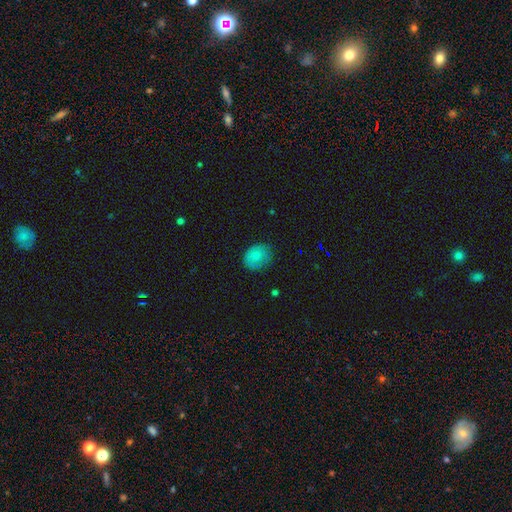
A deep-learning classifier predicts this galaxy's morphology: A smooth galaxy with no disk features (77%) that is round (55%).

Vote fractions:
- Smooth or featured? smooth: 77% / featured or disk: 13% / star or artifact: 9%
- How rounded? round: 55% / in between: 45% / cigar-shaped: 1%
- Merging? none: 67% / minor disturbance: 25% / major disturbance: 6% / merger: 1%